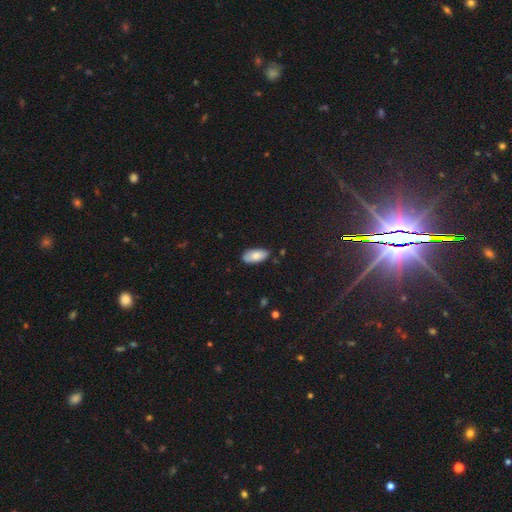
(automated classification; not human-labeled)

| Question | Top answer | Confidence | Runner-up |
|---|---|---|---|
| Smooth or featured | smooth | 82% | featured or disk (12%) |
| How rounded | in between | 92% | cigar-shaped (6%) |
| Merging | none | 80% | minor disturbance (16%) |